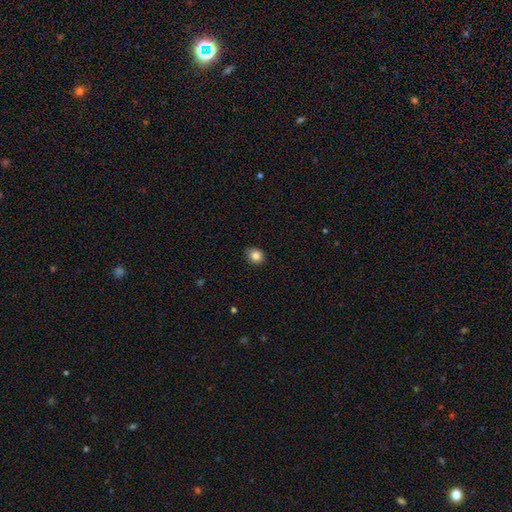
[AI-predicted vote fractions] This appears to be a smooth galaxy with no disk features (84%) that is round (69%). Merging: none (84%).